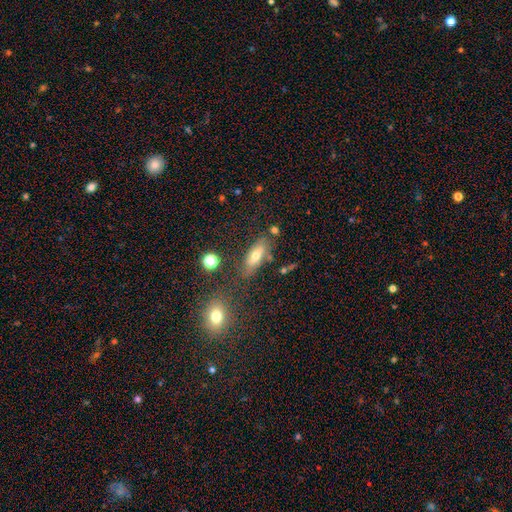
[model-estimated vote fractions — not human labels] smooth-or-featured: smooth: 61% | featured or disk: 26% | star or artifact: 13%
  how-rounded: in between: 66% | cigar-shaped: 30% | round: 4%
  merging: none: 72% | minor disturbance: 16% | merger: 7% | major disturbance: 5%